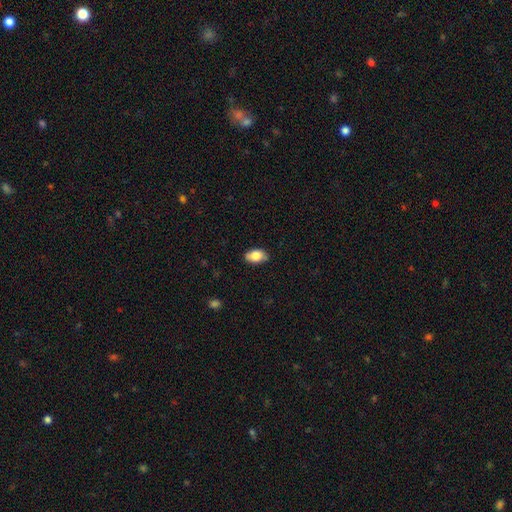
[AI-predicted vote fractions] smooth-or-featured: smooth: 80% | featured or disk: 13% | star or artifact: 7%
  how-rounded: in between: 89% | round: 9% | cigar-shaped: 2%
  merging: none: 82% | minor disturbance: 15% | major disturbance: 3% | merger: 1%